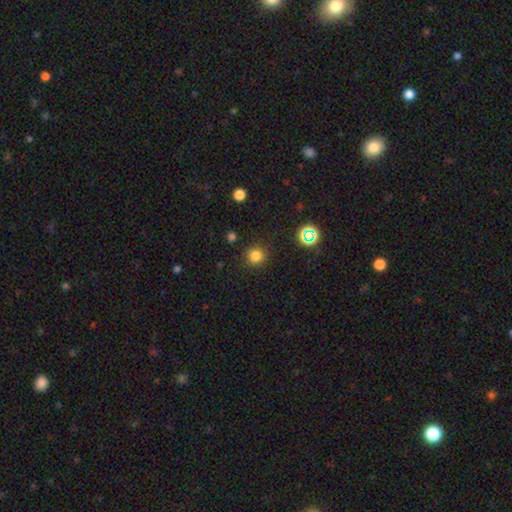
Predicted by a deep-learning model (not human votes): A smooth galaxy with no disk features (78%) that is round (94%).

Vote fractions:
- Smooth or featured? smooth: 78% / star or artifact: 17% / featured or disk: 5%
- How rounded? round: 94% / in between: 5% / cigar-shaped: 1%
- Merging? none: 89% / minor disturbance: 7% / major disturbance: 3% / merger: 2%